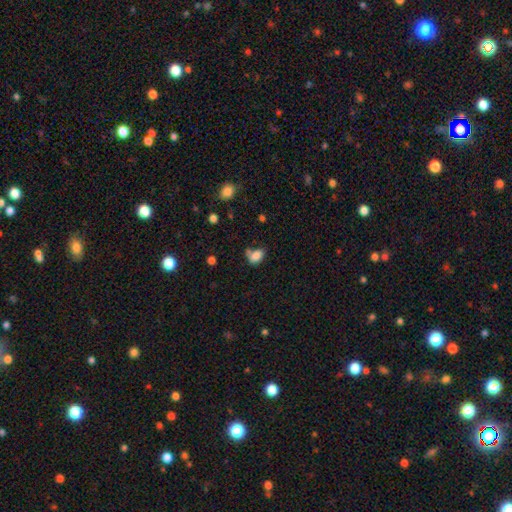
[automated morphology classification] Smooth or featured?
  - smooth: 82% *
  - star or artifact: 11%
  - featured or disk: 8%
How rounded?
  - in between: 82% *
  - round: 16%
  - cigar-shaped: 2%
Merging?
  - none: 45% *
  - minor disturbance: 23%
  - merger: 22%
  - major disturbance: 10%